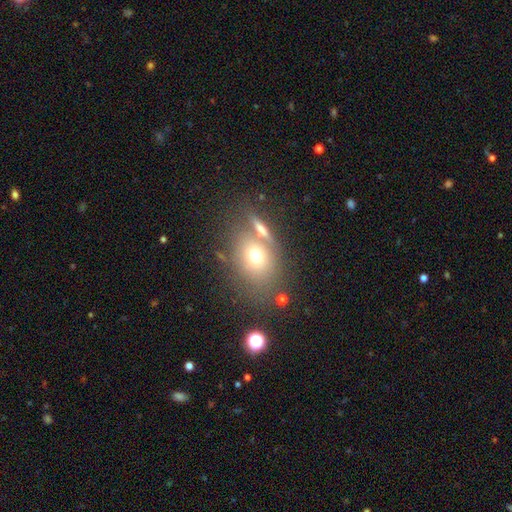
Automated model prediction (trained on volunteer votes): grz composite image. It shows a smooth galaxy with no disk features (65%) that is in between round and cigar-shaped (49%, tied with round). Merging: none (58%).